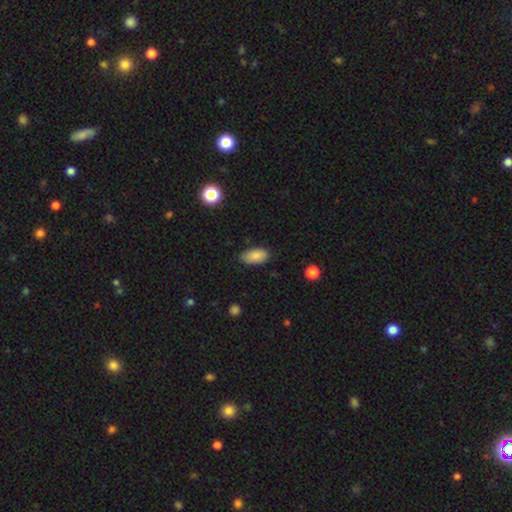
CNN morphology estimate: type=smooth (87%); roundness=in between (93%); merging=none (82%).